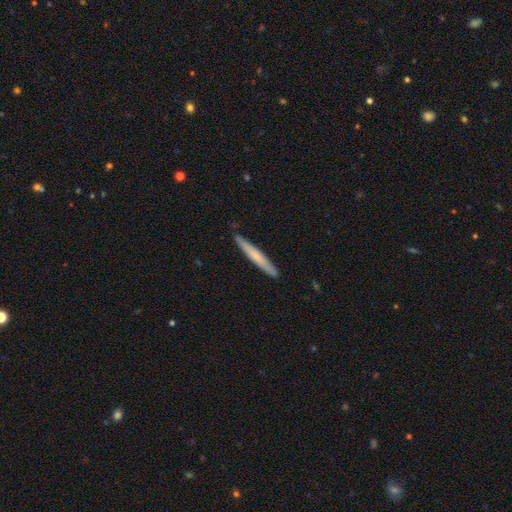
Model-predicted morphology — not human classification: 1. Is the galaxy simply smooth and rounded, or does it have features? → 60% smooth, 35% featured or disk, 5% star or artifact.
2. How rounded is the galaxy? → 96% cigar-shaped, 3% in between, 1% round.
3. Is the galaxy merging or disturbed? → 89% none, 9% minor disturbance, 1% major disturbance, 1% merger.